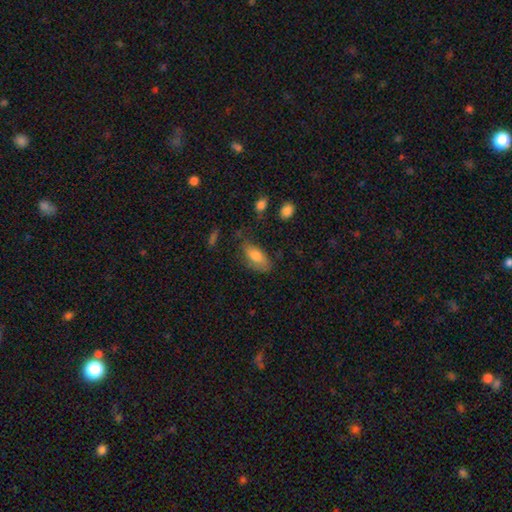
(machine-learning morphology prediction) This appears to be a smooth galaxy with no disk features (78%) that is in between round and cigar-shaped (89%). Merging: none (59%).